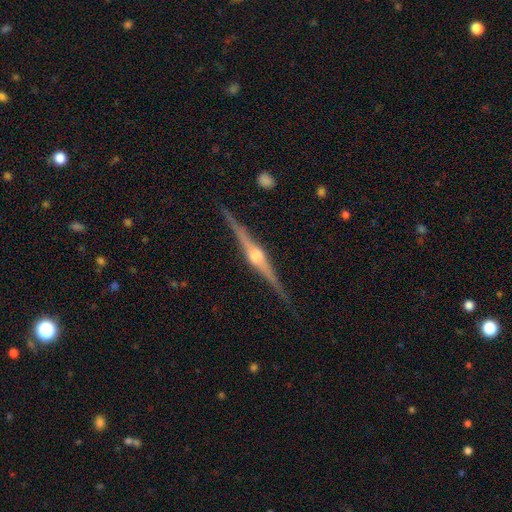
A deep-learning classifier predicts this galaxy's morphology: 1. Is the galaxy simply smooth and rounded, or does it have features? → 88% featured or disk, 7% smooth, 5% star or artifact.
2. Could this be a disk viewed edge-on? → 98% yes, 2% no.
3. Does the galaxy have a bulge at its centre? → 92% rounded, 5% boxy, 2% none.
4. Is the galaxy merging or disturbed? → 90% none, 8% minor disturbance, 2% major disturbance, 1% merger.